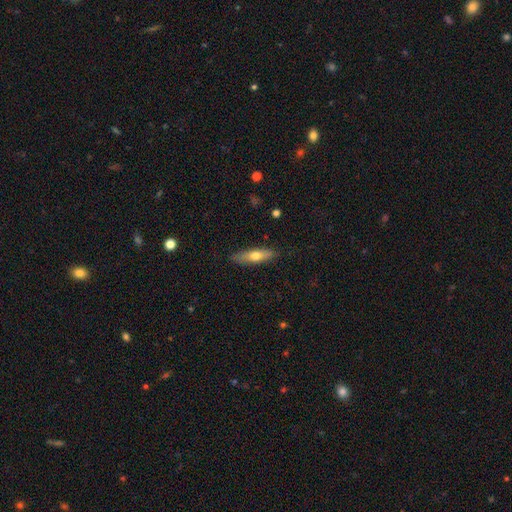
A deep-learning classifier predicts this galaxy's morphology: This is likely a smooth galaxy (62%). How rounded: likely cigar-shaped (63%). Merging: clearly none (86%).